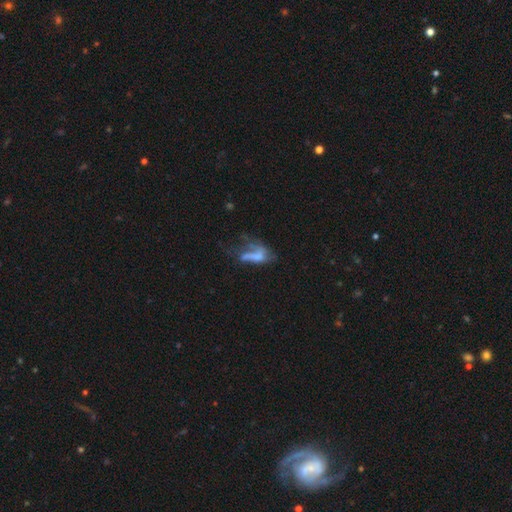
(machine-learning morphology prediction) type=smooth (43%); merging=major disturbance (47%).